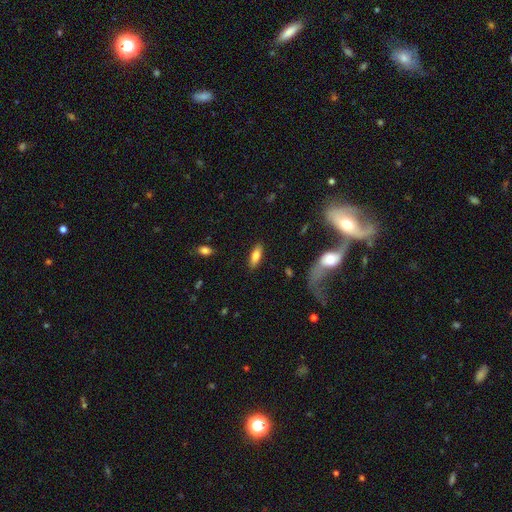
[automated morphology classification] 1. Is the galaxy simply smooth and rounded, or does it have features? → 80% smooth, 13% featured or disk, 7% star or artifact.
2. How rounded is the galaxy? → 74% in between, 24% cigar-shaped, 2% round.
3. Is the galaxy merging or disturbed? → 85% none, 10% minor disturbance, 3% major disturbance, 2% merger.